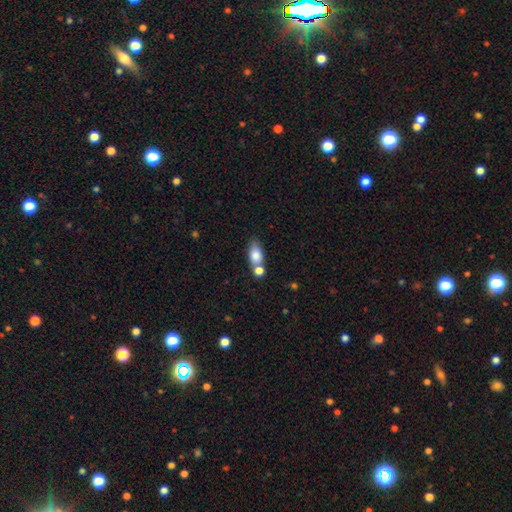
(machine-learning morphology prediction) smooth 80%, featured or disk 12%, star or artifact 8%. Down the decision tree: how rounded — in between (80%); merging — none (48%).